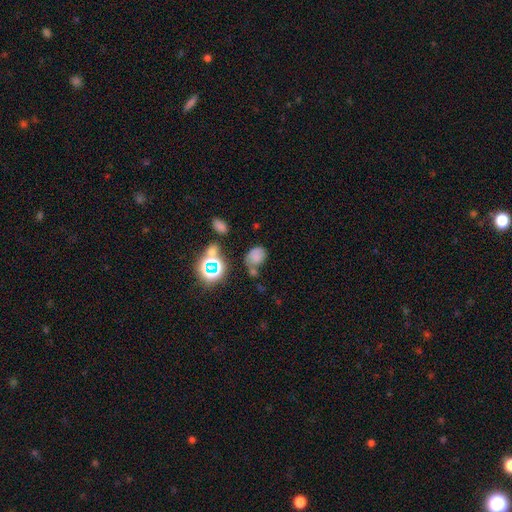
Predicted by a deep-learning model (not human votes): Smooth or featured? smooth (66%)
How rounded? in between (57%)
Merging? none (46%)